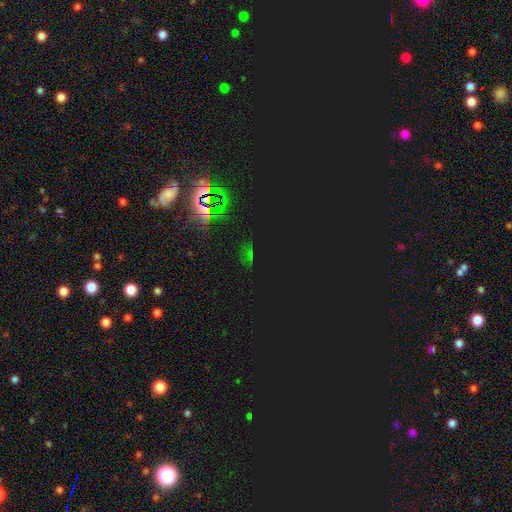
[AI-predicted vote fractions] Morphology: type=star or artifact (80%).